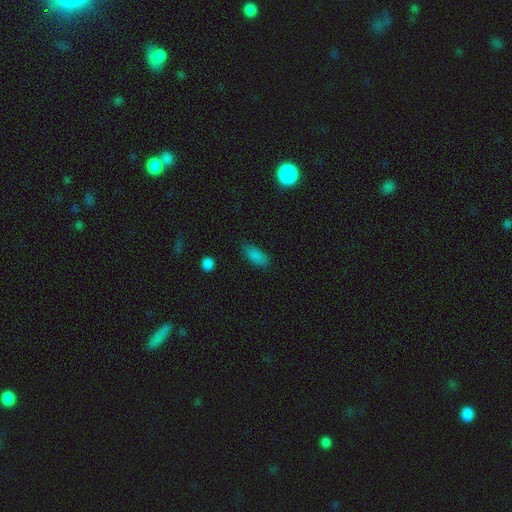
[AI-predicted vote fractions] This is clearly a smooth galaxy (84%). How rounded: clearly in between (85%). Merging: clearly none (81%).